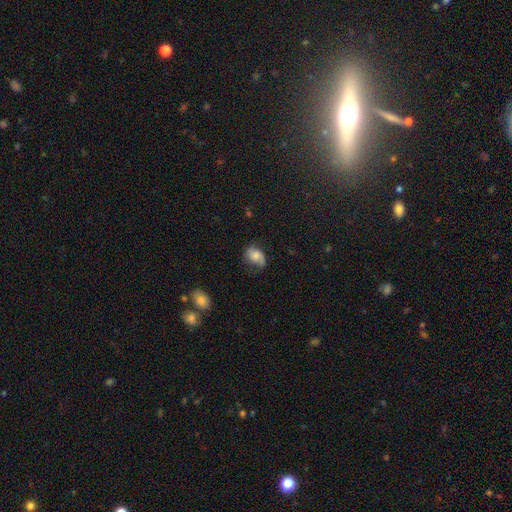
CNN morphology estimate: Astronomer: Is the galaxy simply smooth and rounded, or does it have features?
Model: smooth — 52% (runner-up: featured or disk, 38%).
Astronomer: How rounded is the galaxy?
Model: in between — 70%.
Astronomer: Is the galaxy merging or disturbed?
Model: none — 50% (runner-up: minor disturbance, 31%).